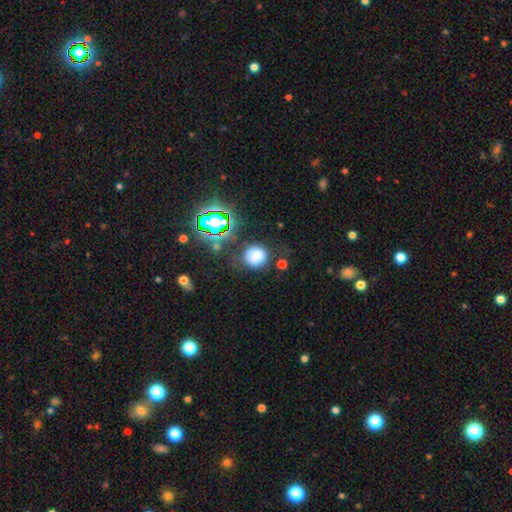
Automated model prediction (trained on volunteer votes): smooth 74%, star or artifact 18%, featured or disk 8%. Down the decision tree: how rounded — round (85%); merging — none (71%).